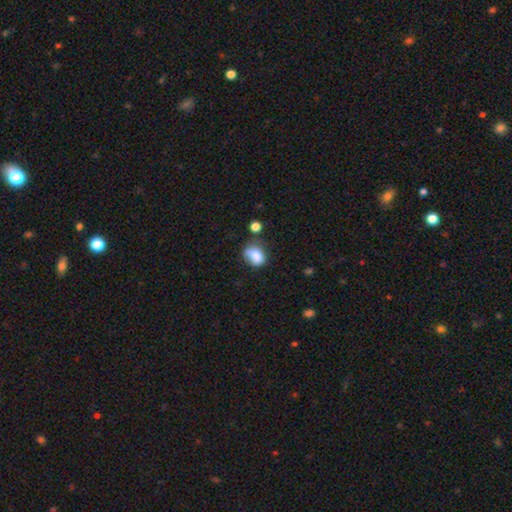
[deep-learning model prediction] smooth_or_featured: smooth (p=0.80) [alt: featured or disk p=0.10]
how_rounded: in between (p=0.64) [alt: round p=0.35]
merging: none (p=0.42) [alt: minor disturbance p=0.29]